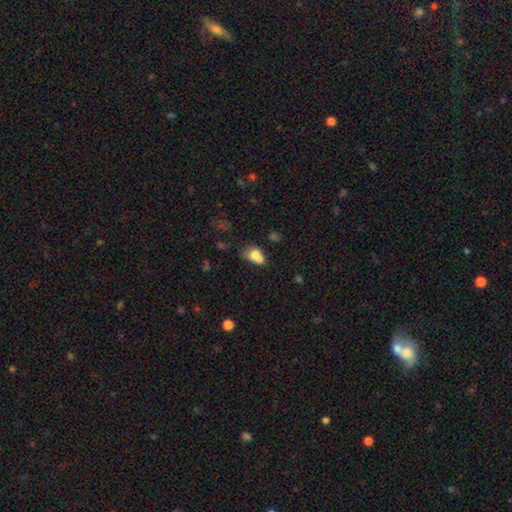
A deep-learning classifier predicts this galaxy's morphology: Smooth or featured? smooth (72%)
How rounded? in between (66%)
Merging? merger (48%)